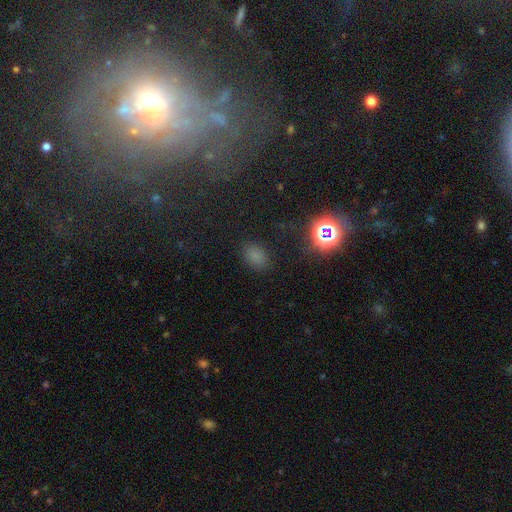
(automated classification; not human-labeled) Smooth or featured: smooth — 71% (star or artifact — 24%)
How rounded: in between — 77% (round — 21%)
Merging: none — 83% (minor disturbance — 11%)